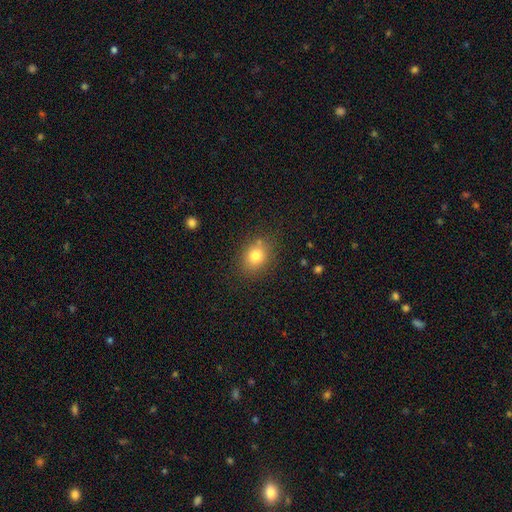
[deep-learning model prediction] Smooth or featured?
  - smooth: 79% *
  - star or artifact: 11%
  - featured or disk: 10%
How rounded?
  - in between: 51% *
  - round: 48%
  - cigar-shaped: 1%
Merging?
  - none: 81% *
  - minor disturbance: 13%
  - major disturbance: 4%
  - merger: 3%